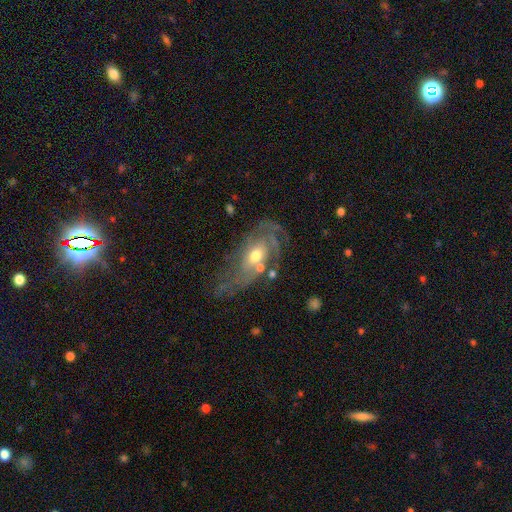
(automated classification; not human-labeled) Smooth or featured? featured or disk (78%)
Edge-on disk? no (92%)
Bar? no (71%)
Spiral arms? yes (83%)
Spiral winding? tight (43%)
Spiral arm count? can't tell (40%)
Bulge size? moderate (69%)
Merging? none (46%)